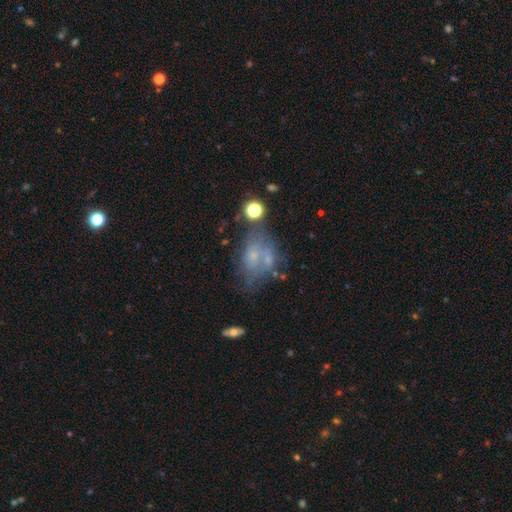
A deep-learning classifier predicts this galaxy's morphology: featured or disk 46%, smooth 36%, star or artifact 18%. Down the decision tree: merging — none (33%).